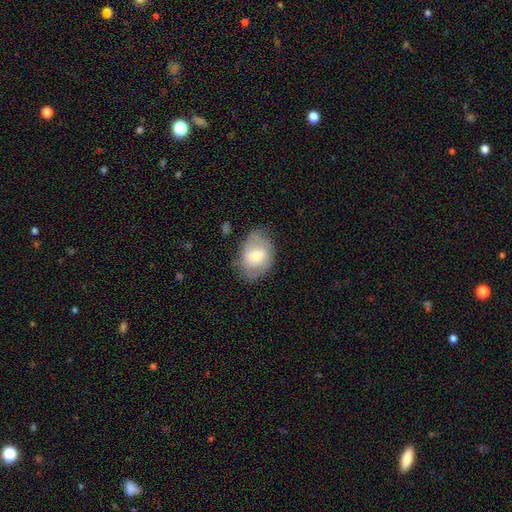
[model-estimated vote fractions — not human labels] smooth_or_featured: smooth (p=0.51) [alt: featured or disk p=0.42]
how_rounded: in between (p=0.74) [alt: round p=0.25]
merging: none (p=0.65) [alt: minor disturbance p=0.25]